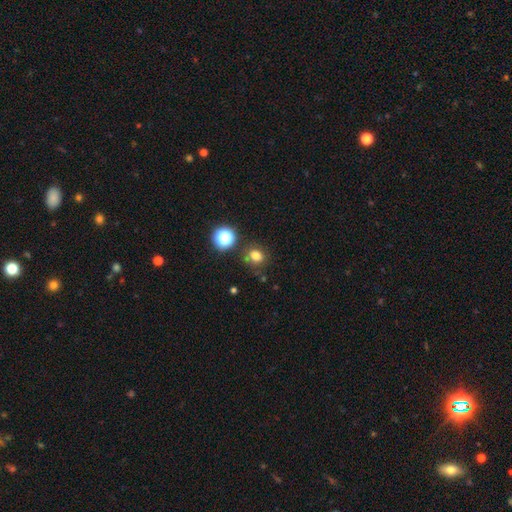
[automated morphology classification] Overall: smooth (75%). How rounded: round (73%). Merging: none (79%).